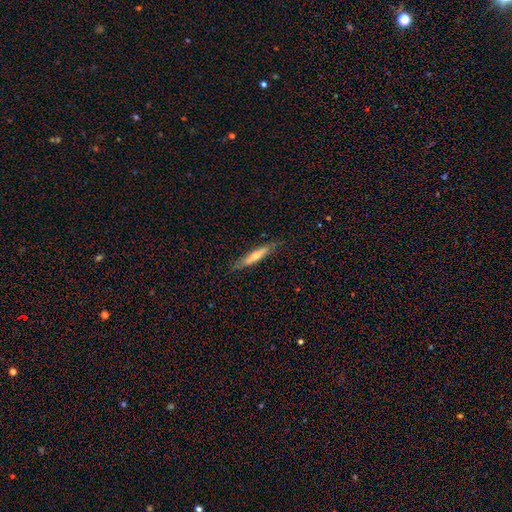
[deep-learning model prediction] Q: Smooth or featured?
A: smooth (51%); runner-up: featured or disk (42%)
Q: How rounded?
A: cigar-shaped (90%); runner-up: in between (9%)
Q: Merging?
A: none (81%); runner-up: minor disturbance (15%)